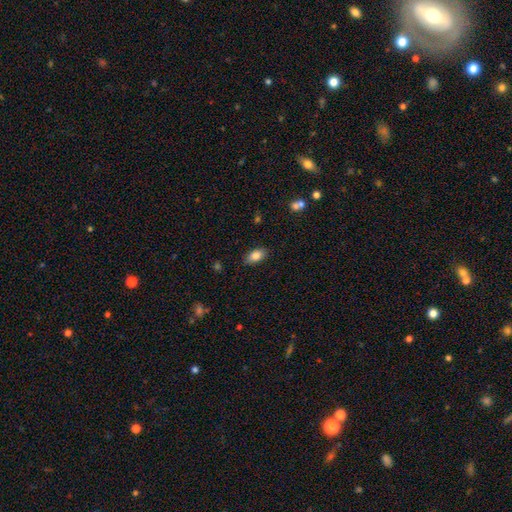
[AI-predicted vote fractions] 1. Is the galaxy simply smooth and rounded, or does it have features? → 83% smooth, 9% featured or disk, 8% star or artifact.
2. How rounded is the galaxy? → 92% in between, 5% round, 3% cigar-shaped.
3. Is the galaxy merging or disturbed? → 87% none, 10% minor disturbance, 2% major disturbance, 1% merger.